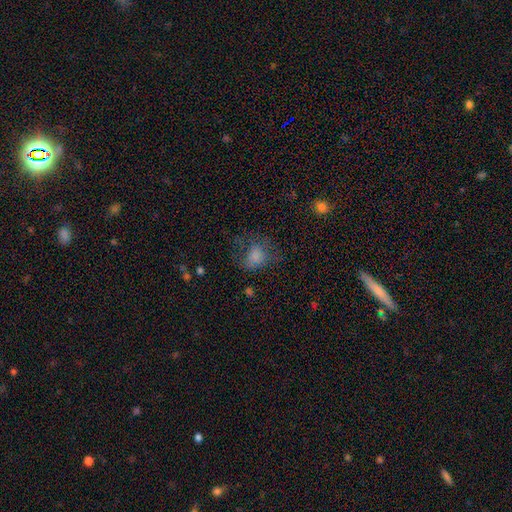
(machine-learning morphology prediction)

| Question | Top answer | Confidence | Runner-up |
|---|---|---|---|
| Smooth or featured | smooth | 64% | featured or disk (18%) |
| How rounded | round | 50% | in between (48%) |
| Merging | none | 47% | major disturbance (29%) |